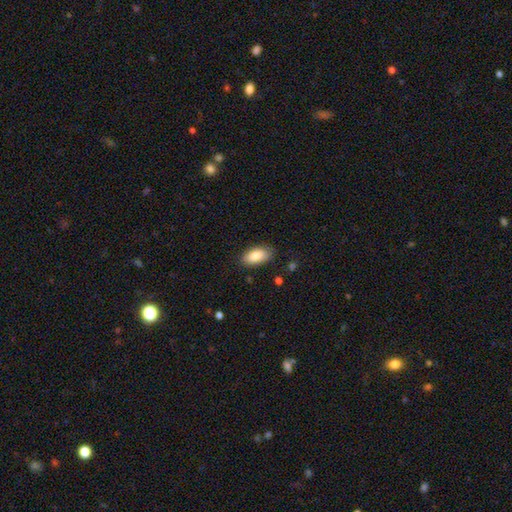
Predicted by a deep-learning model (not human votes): The model was most divided on "merging": none: 83%, minor disturbance: 13%, major disturbance: 3%, merger: 1%. More confident: how rounded — in between (93%); smooth or featured — smooth (85%).